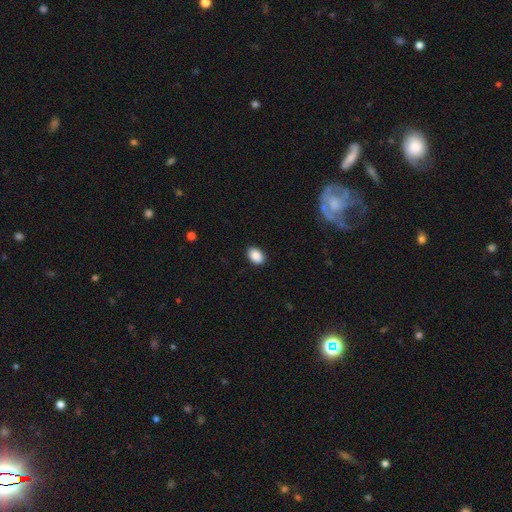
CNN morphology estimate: This appears to be a smooth galaxy with no disk features (90%) that is in between round and cigar-shaped (84%). Merging: none (89%).